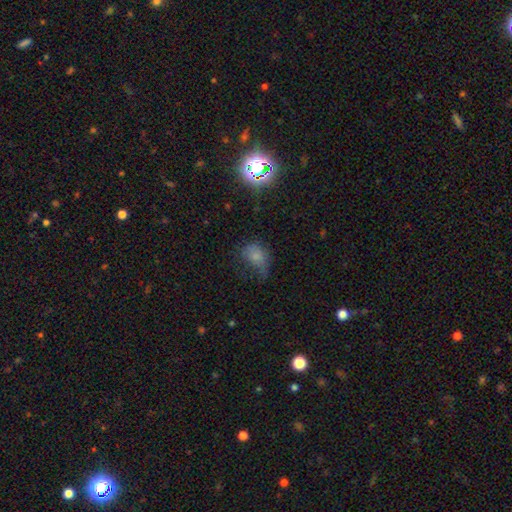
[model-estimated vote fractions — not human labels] This is likely a smooth galaxy (67%). How rounded: likely in between (72%). Merging: marginally major disturbance (38%).